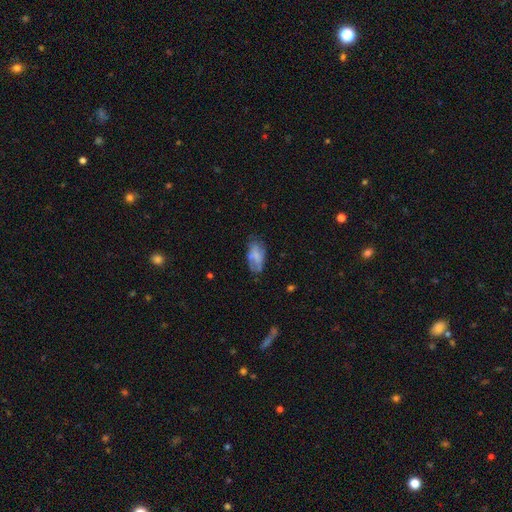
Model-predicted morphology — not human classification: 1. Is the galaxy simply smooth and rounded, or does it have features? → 67% smooth, 25% featured or disk, 9% star or artifact.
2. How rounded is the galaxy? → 93% in between, 4% cigar-shaped, 3% round.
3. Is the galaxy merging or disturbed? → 56% none, 29% minor disturbance, 12% major disturbance, 3% merger.